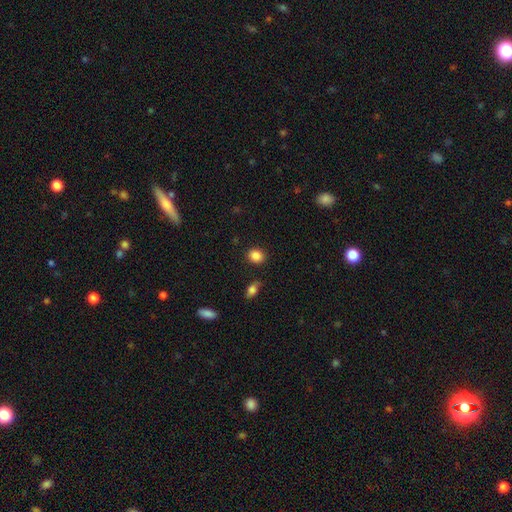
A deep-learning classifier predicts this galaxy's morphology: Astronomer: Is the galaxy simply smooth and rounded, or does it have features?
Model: smooth — 86%.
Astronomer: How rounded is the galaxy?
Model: round — 69%.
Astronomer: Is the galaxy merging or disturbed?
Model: none — 87%.